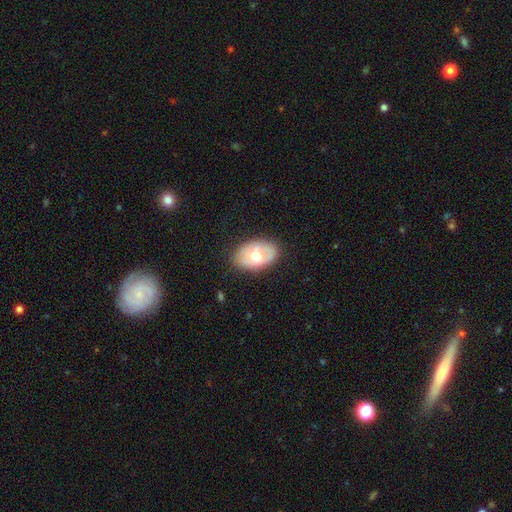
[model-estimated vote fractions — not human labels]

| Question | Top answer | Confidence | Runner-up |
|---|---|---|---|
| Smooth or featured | smooth | 55% | featured or disk (38%) |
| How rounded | in between | 88% | round (11%) |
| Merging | none | 78% | minor disturbance (16%) |